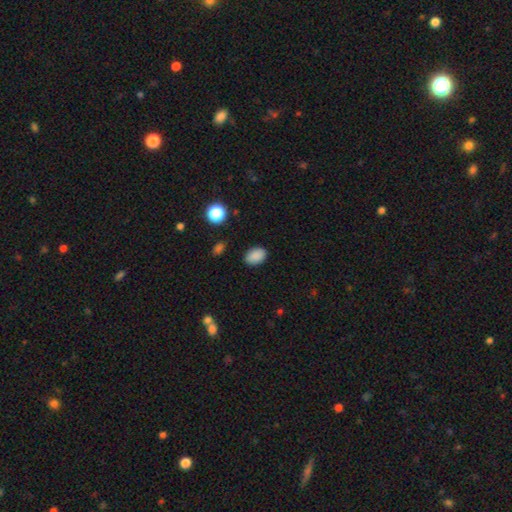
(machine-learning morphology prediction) Overall: smooth (87%). How rounded: in between (82%). Merging: none (86%).